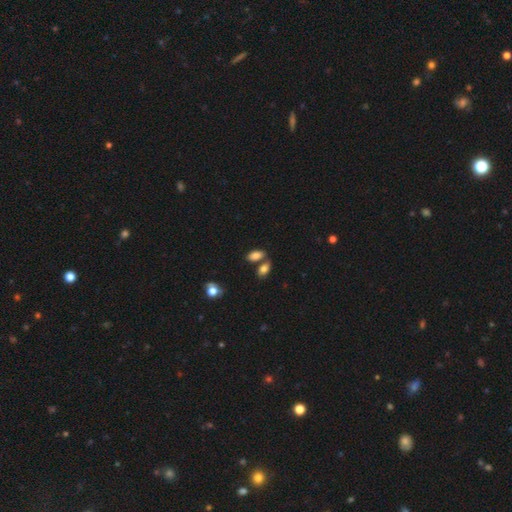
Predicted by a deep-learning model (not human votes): Q: Smooth or featured?
A: smooth (83%); runner-up: star or artifact (9%)
Q: How rounded?
A: in between (89%); runner-up: cigar-shaped (6%)
Q: Merging?
A: none (56%); runner-up: merger (29%)